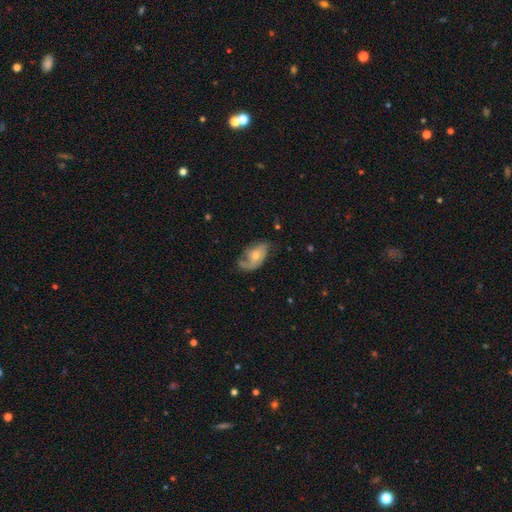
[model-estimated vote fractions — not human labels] Overall: featured or disk (63%; smooth 30%). Edge-on disk: no (95%). Bar: no (71%). Spiral arms: yes (82%). Bulge size: moderate (48%; small 44%). Merging: none (47%; minor disturbance 29%).